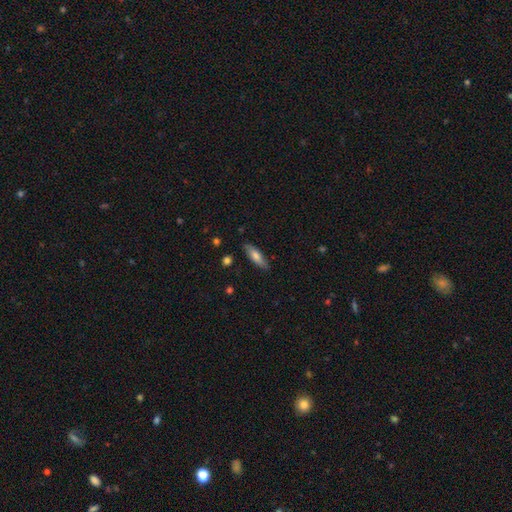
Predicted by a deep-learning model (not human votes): Morphology: type=smooth (71%); roundness=cigar-shaped (51%); merging=none (84%).